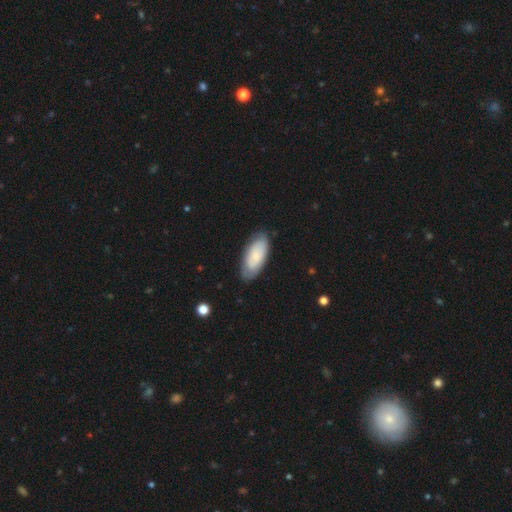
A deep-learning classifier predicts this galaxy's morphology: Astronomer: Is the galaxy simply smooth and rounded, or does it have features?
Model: smooth — 71%.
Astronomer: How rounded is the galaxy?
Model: in between — 88%.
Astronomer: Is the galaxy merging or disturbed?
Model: none — 80%.